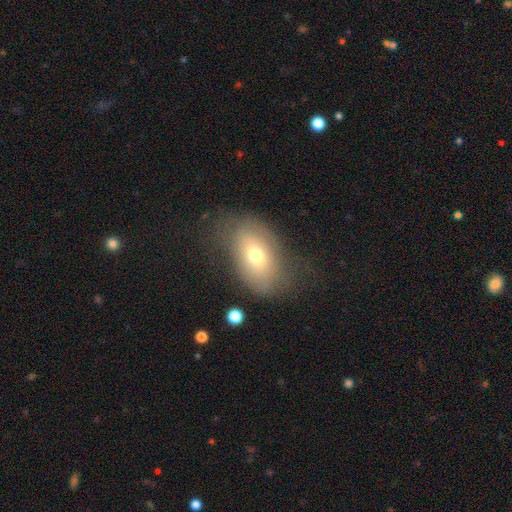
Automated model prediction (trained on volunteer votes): Smooth or featured? Predicted: smooth (p=0.63). How rounded? Predicted: in between (p=0.88). Merging? Predicted: none (p=0.62).